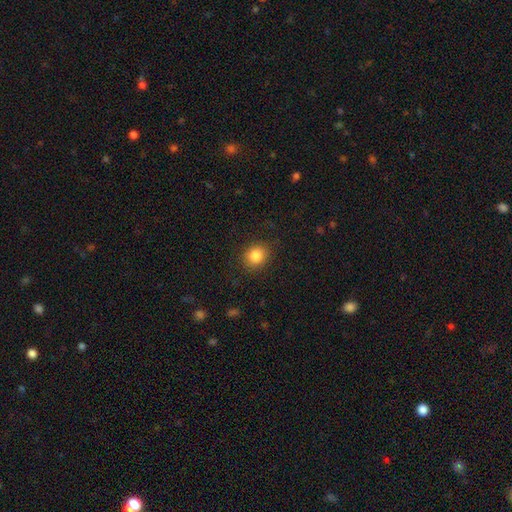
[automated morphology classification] Smooth or featured? smooth (85%)
How rounded? round (74%)
Merging? none (87%)